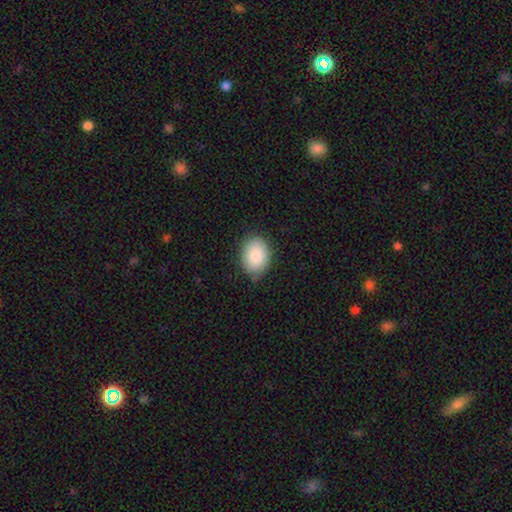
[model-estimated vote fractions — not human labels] Smooth or featured: smooth — 84% (featured or disk — 9%)
How rounded: in between — 68% (round — 31%)
Merging: none — 75% (minor disturbance — 20%)